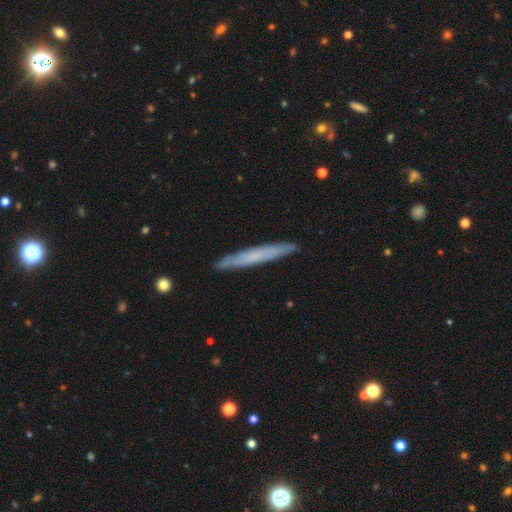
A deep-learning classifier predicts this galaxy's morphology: smooth-or-featured: smooth: 51% | featured or disk: 42% | star or artifact: 7%
  how-rounded: cigar-shaped: 97% | in between: 2% | round: 1%
  merging: none: 90% | minor disturbance: 7% | major disturbance: 1% | merger: 1%